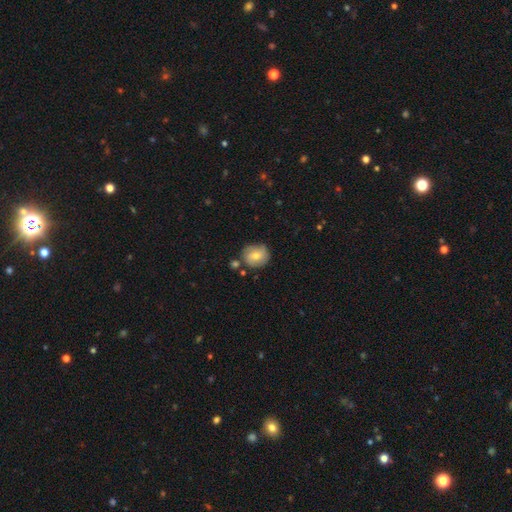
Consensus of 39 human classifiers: Volunteers were most divided on "bulge size": moderate: 53%, small: 47%, dominant: 0%, large: 0%, none: 0%. More confident: edge-on disk — no (95%); spiral winding — tight (64%); bar — no (63%); merging — none (62%); spiral arms — yes (58%); spiral arm count — 2 (55%); smooth or featured — featured or disk (51%).